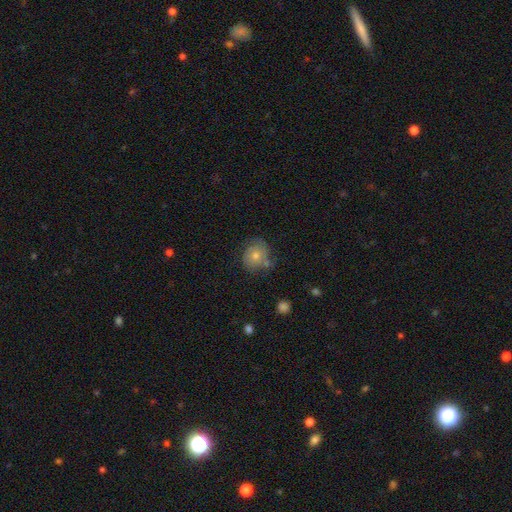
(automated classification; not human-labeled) The model was most divided on "smooth or featured": smooth: 46%, featured or disk: 42%, star or artifact: 12%. More confident: merging — none (66%).